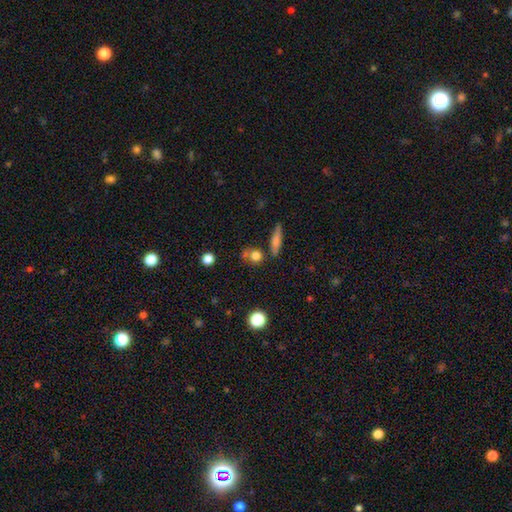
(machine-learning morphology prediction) A smooth galaxy with no disk features (76%) that is round (80%). Merging: none (62%).